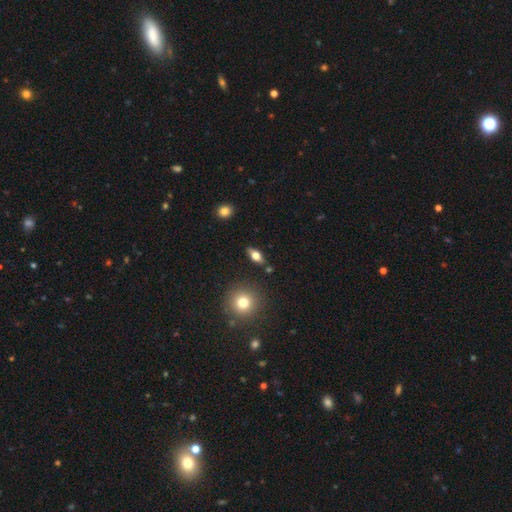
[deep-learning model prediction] smooth-or-featured: smooth: 55% | featured or disk: 36% | star or artifact: 9%
  how-rounded: in between: 73% | cigar-shaped: 16% | round: 11%
  merging: none: 84% | minor disturbance: 10% | merger: 3% | major disturbance: 3%